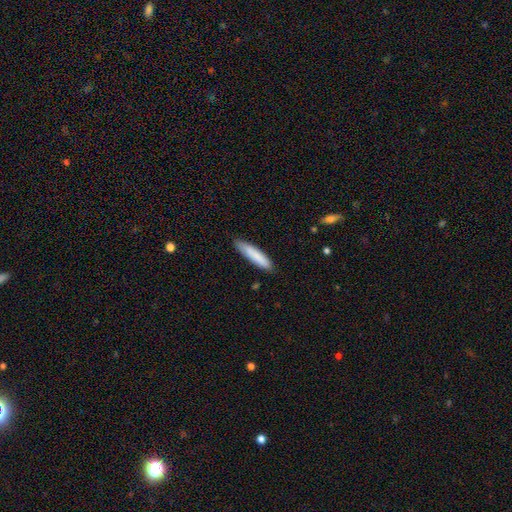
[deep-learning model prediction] A smooth galaxy with no disk features (83%) that is cigar-shaped (81%).

Vote fractions:
- Smooth or featured? smooth: 83% / featured or disk: 11% / star or artifact: 6%
- How rounded? cigar-shaped: 81% / in between: 17% / round: 1%
- Merging? none: 85% / minor disturbance: 12% / major disturbance: 2% / merger: 1%